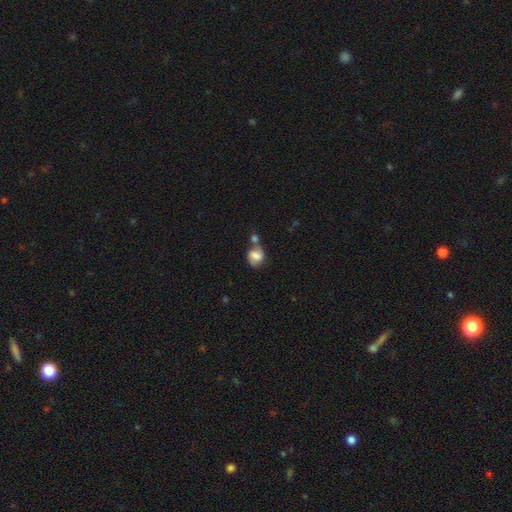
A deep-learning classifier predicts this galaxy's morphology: smooth-or-featured: smooth: 53% | featured or disk: 38% | star or artifact: 10%
  how-rounded: round: 51% | in between: 47% | cigar-shaped: 2%
  merging: none: 41% | merger: 33% | minor disturbance: 18% | major disturbance: 8%